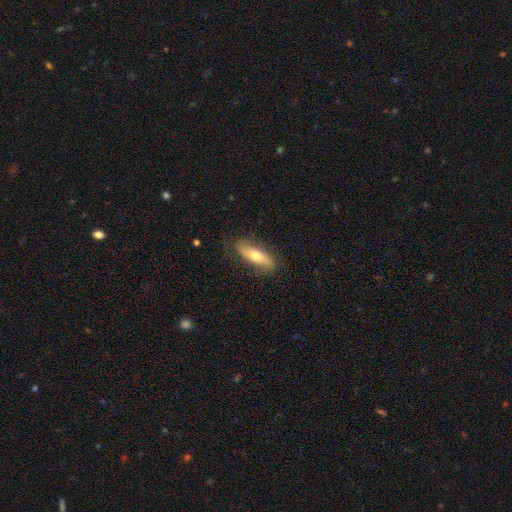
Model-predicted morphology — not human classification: Overall: smooth (59%; featured or disk 35%). How rounded: in between (50%; cigar-shaped 47%). Merging: none (79%).